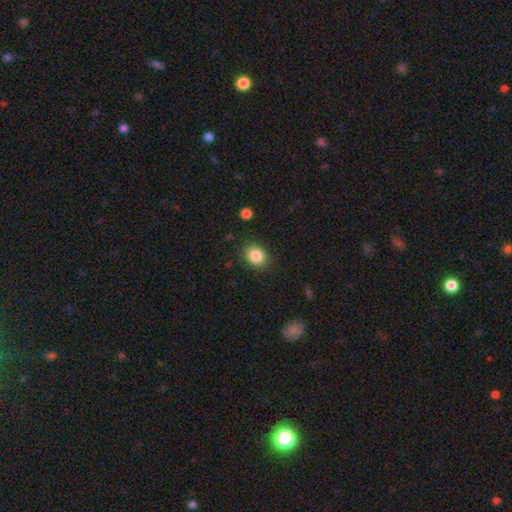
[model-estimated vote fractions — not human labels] Smooth or featured? smooth (86%)
How rounded? round (50%)
Merging? none (85%)